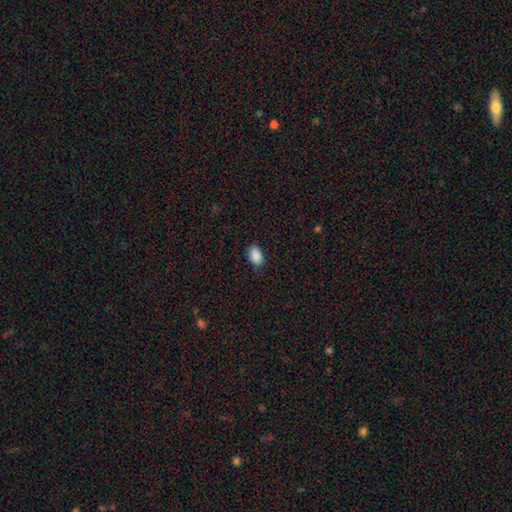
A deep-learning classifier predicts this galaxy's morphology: smooth_or_featured: smooth (p=0.89) [alt: star or artifact p=0.08]
how_rounded: in between (p=0.90) [alt: round p=0.09]
merging: none (p=0.81) [alt: minor disturbance p=0.15]